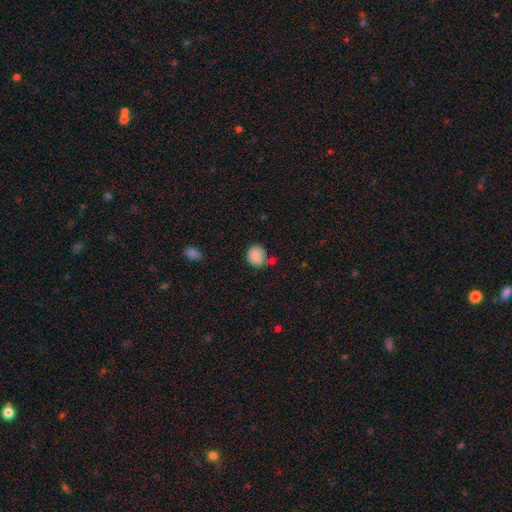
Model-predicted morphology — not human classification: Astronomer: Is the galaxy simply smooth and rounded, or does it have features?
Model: smooth — 87%.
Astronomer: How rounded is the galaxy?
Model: round — 63%.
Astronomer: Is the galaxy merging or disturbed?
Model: none — 65%.